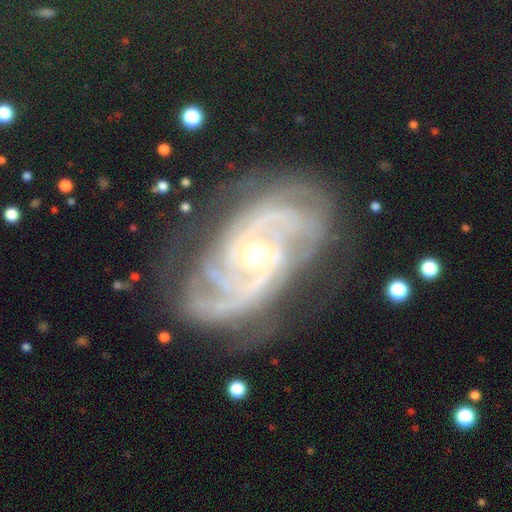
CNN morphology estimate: Smooth or featured?
  - featured or disk: 91% *
  - star or artifact: 6%
  - smooth: 3%
Edge-on disk?
  - no: 96% *
  - yes: 4%
Bar?
  - no: 63% *
  - weak: 26%
  - strong: 10%
Spiral arms?
  - yes: 98% *
  - no: 2%
Spiral winding?
  - tight: 64% *
  - medium: 30%
  - loose: 5%
Spiral arm count?
  - 2: 32% *
  - 3: 28%
  - can't tell: 16%
  - 4: 11%
  - more than 4: 7%
  - 1: 6%
Bulge size?
  - moderate: 49% *
  - small: 47%
  - large: 2%
  - none: 1%
  - dominant: 1%
Merging?
  - none: 74% *
  - minor disturbance: 17%
  - major disturbance: 7%
  - merger: 2%